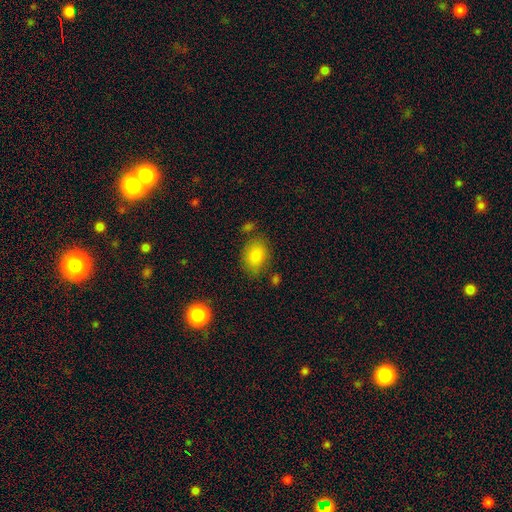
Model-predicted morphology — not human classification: Smooth or featured? Predicted: smooth (p=0.84). How rounded? Predicted: in between (p=0.74). Merging? Predicted: none (p=0.74).